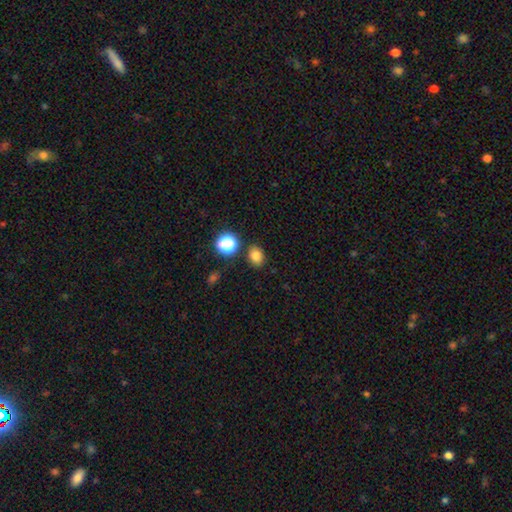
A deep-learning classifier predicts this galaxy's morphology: smooth_or_featured: smooth (p=0.79) [alt: star or artifact p=0.15]
how_rounded: in between (p=0.52) [alt: round p=0.47]
merging: none (p=0.84) [alt: minor disturbance p=0.09]